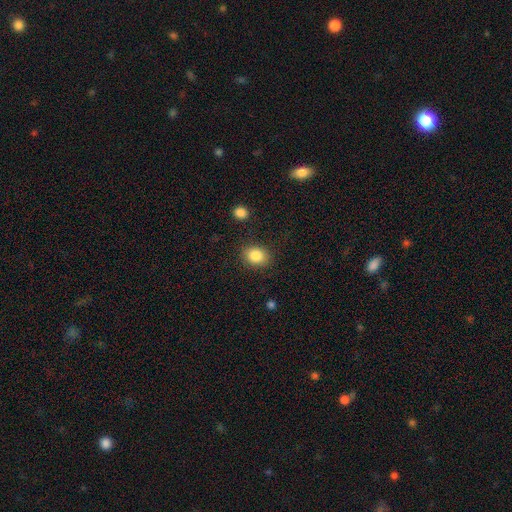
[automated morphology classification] This appears to be a smooth galaxy with no disk features (85%) that is in between round and cigar-shaped (53%). Merging: none (85%).